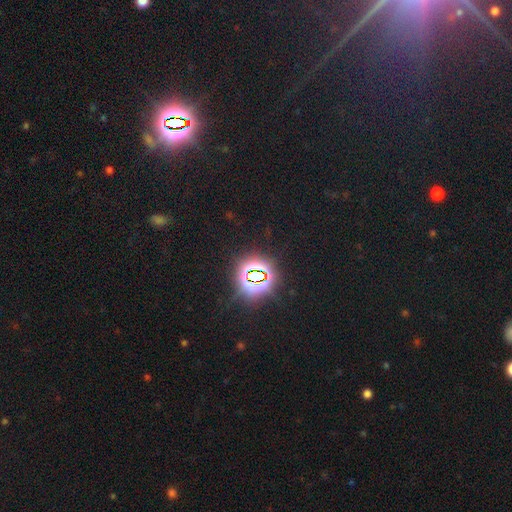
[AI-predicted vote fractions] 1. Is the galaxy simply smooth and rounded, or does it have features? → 79% star or artifact, 13% smooth, 8% featured or disk.